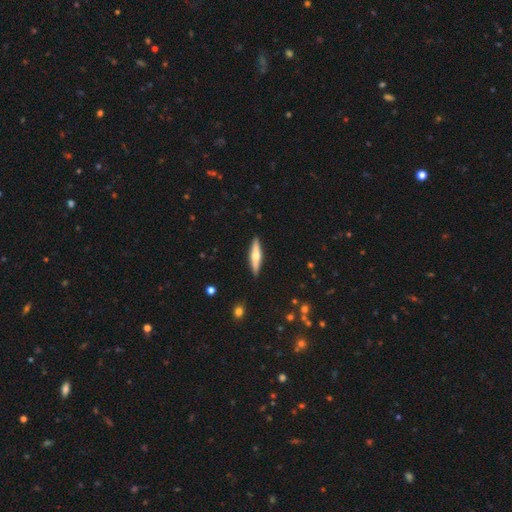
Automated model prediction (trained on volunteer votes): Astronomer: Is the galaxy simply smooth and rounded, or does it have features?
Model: featured or disk — 55% (runner-up: smooth, 39%).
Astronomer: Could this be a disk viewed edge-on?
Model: yes — 96%.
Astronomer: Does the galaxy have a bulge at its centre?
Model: rounded — 89%.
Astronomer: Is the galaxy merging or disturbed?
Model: none — 90%.